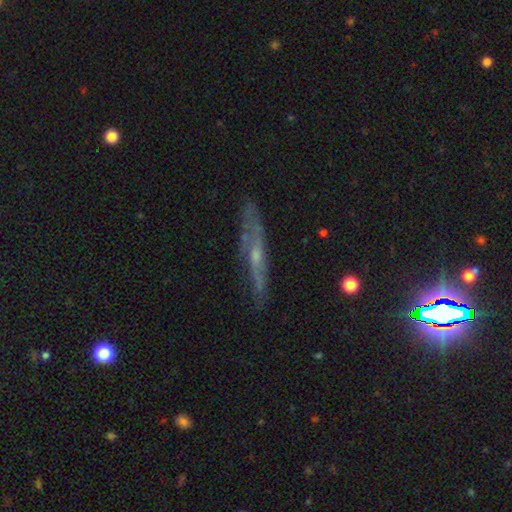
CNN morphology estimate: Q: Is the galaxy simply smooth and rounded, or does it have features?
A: featured or disk — 65%.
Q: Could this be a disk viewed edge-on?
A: yes — 74%.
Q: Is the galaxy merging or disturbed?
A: none — 72%.